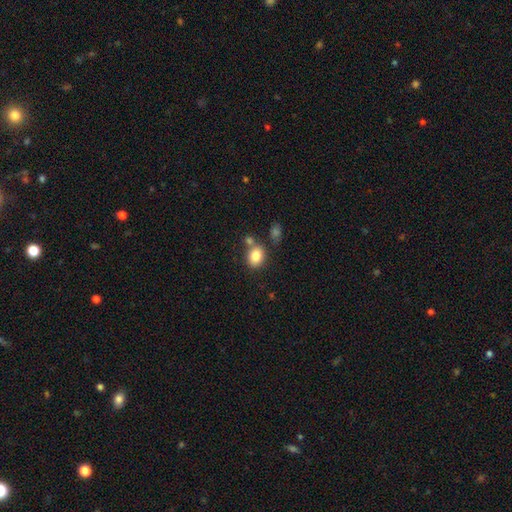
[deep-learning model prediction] The model was most divided on "how rounded": in between: 56%, round: 43%, cigar-shaped: 1%. More confident: smooth or featured — smooth (83%); merging — none (64%).